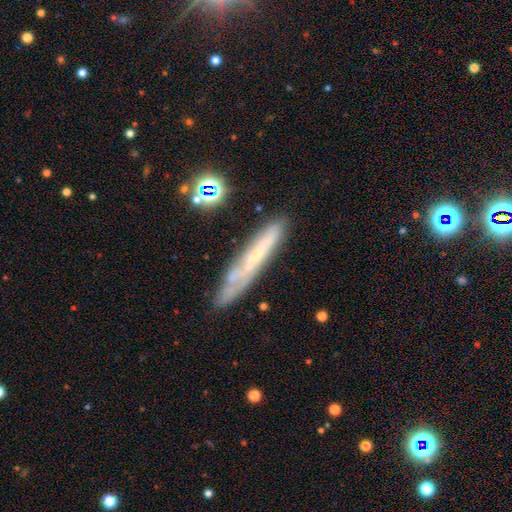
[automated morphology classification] The model was most divided on "smooth or featured": featured or disk: 49%, smooth: 40%, star or artifact: 11%. More confident: merging — none (73%).